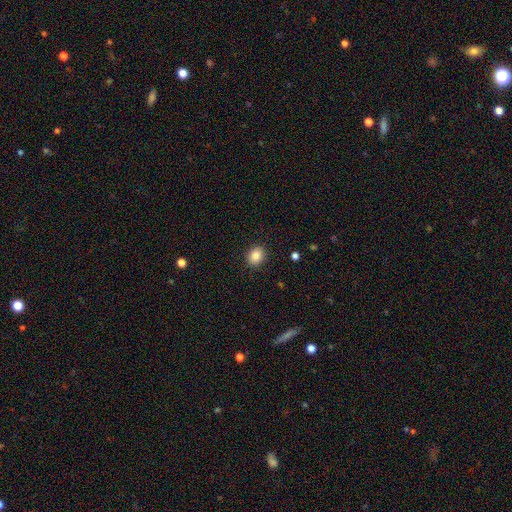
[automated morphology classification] Smooth or featured: smooth — 86% (star or artifact — 9%)
How rounded: round — 57% (in between — 42%)
Merging: none — 90% (minor disturbance — 7%)